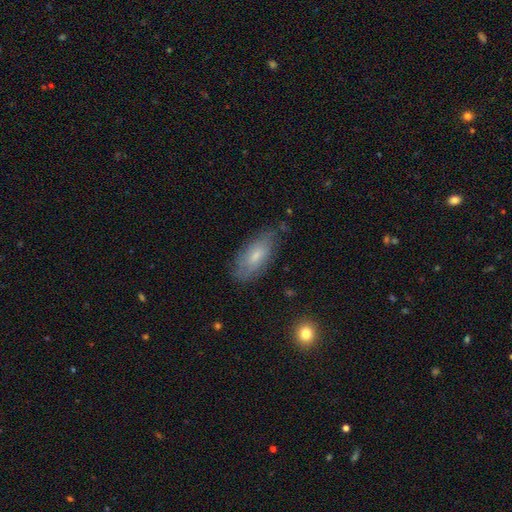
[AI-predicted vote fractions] A smooth galaxy with no disk features (63%) that is in between round and cigar-shaped (85%). Merging: none (70%).